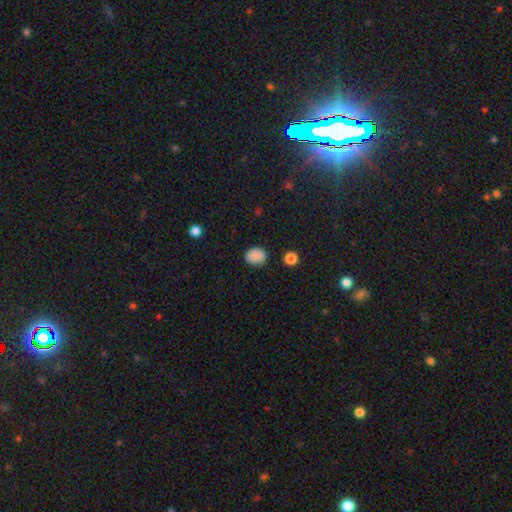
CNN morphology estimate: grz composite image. It shows a smooth galaxy with no disk features (86%) that is round (52%). Merging: none (81%).